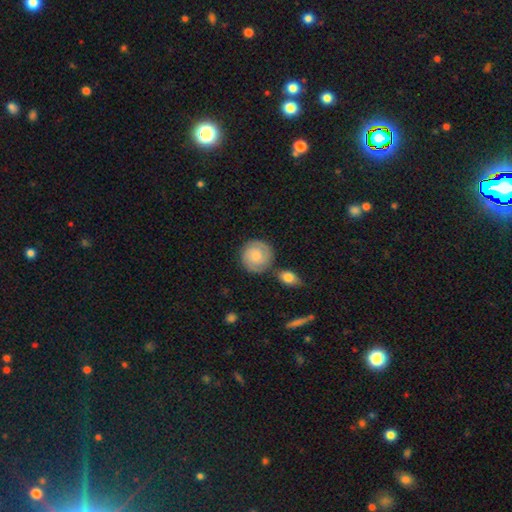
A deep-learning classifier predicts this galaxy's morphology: Overall: featured or disk (53%; smooth 41%). Edge-on disk: no (97%). Bar: no (74%). Spiral arms: yes (91%). Bulge size: small (44%; moderate 33%). Merging: none (74%).